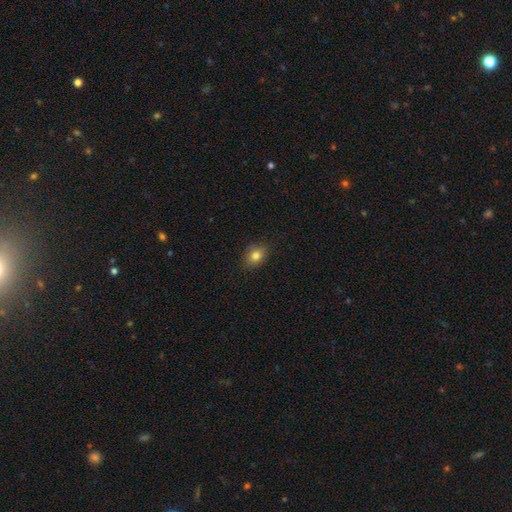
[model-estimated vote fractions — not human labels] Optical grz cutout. It shows a smooth galaxy with no disk features (82%) that is in between round and cigar-shaped (62%). Merging: none (86%).